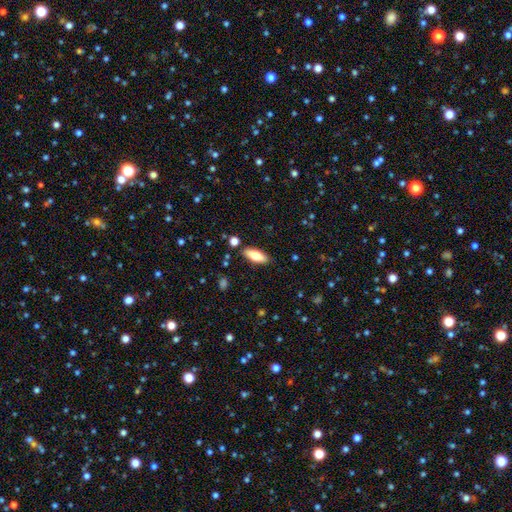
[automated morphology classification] Q: Smooth or featured?
A: smooth (75%); runner-up: featured or disk (19%)
Q: How rounded?
A: in between (73%); runner-up: cigar-shaped (24%)
Q: Merging?
A: none (85%); runner-up: minor disturbance (10%)